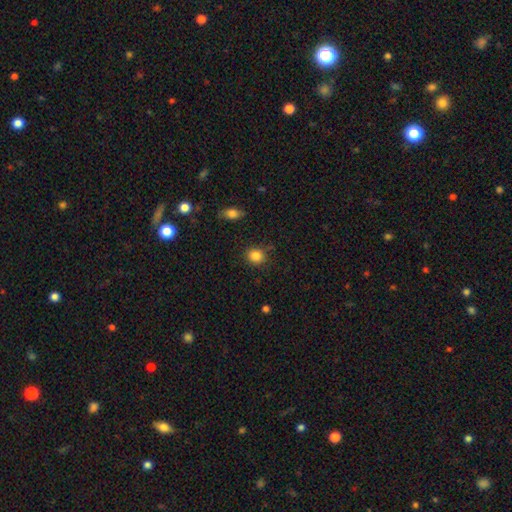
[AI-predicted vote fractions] Overall: smooth (85%). How rounded: round (80%). Merging: none (85%).